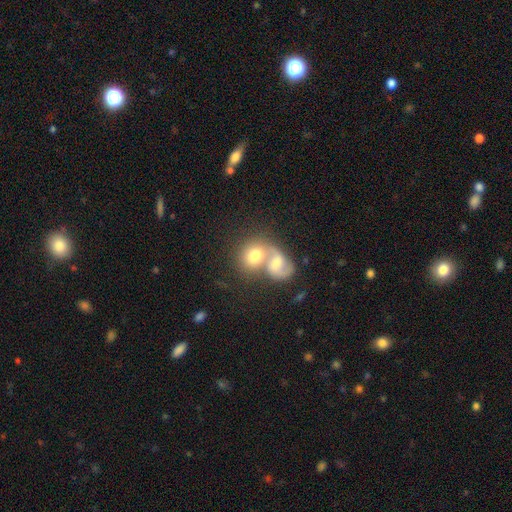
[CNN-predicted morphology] Smooth or featured: smooth — 56% (featured or disk — 36%)
How rounded: round — 57% (in between — 41%)
Merging: merger — 69% (none — 20%)